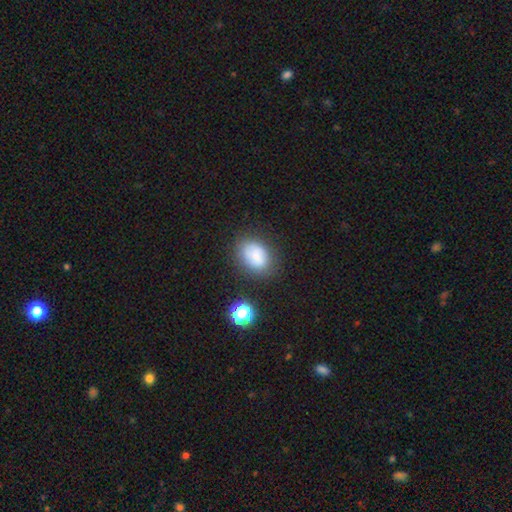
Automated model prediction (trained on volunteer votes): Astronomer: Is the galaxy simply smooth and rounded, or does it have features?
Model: smooth — 77%.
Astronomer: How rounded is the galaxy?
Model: in between — 75%.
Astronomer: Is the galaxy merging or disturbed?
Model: none — 71%.